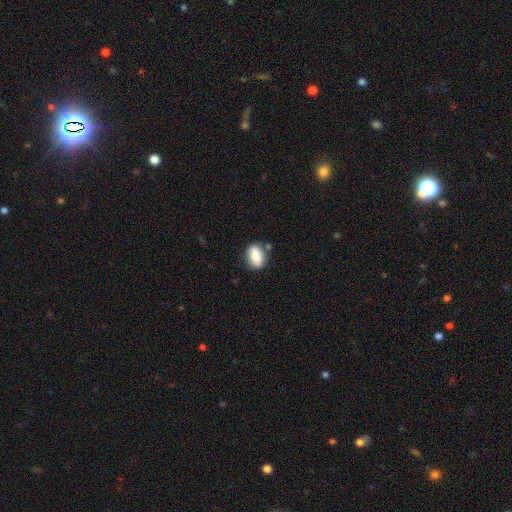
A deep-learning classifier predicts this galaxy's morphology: Q: Smooth or featured?
A: smooth (84%); runner-up: featured or disk (8%)
Q: How rounded?
A: in between (81%); runner-up: round (15%)
Q: Merging?
A: none (74%); runner-up: minor disturbance (16%)